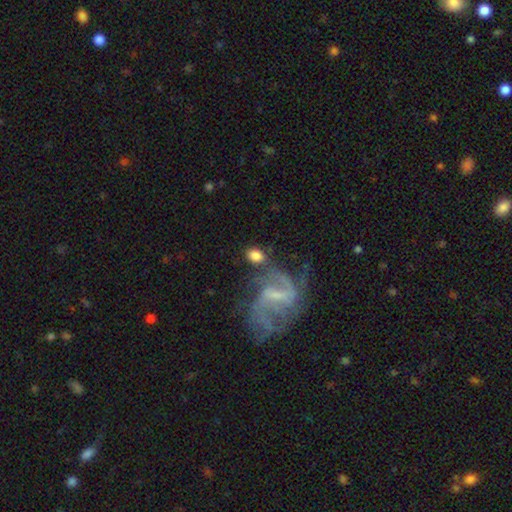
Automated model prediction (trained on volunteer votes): Overall: smooth (70%). How rounded: in between (62%; round 36%). Merging: none (58%).